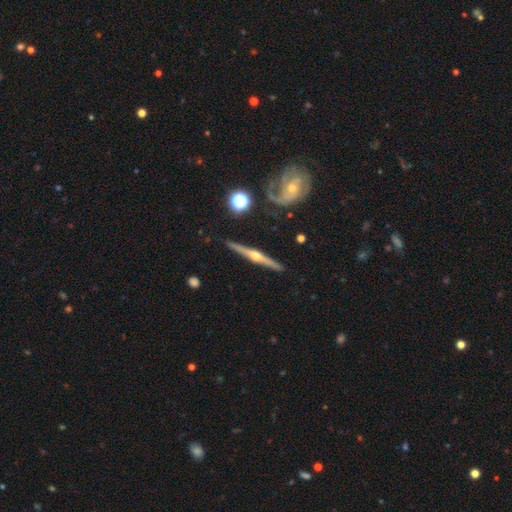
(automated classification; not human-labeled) Smooth or featured? featured or disk (87%)
Edge-on disk? yes (97%)
Edge-on bulge? rounded (94%)
Merging? none (88%)